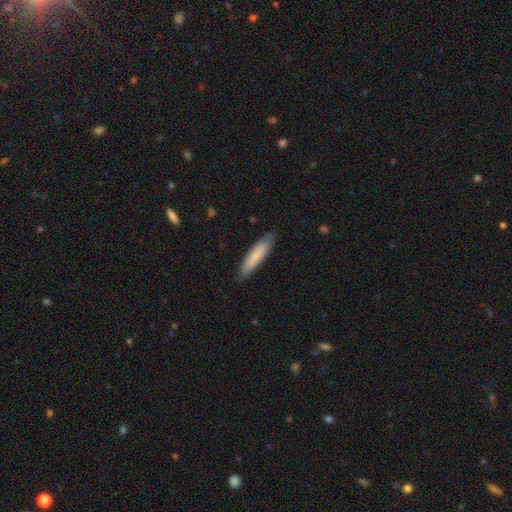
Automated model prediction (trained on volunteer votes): Smooth or featured? Predicted: smooth (p=0.78). How rounded? Predicted: cigar-shaped (p=0.79). Merging? Predicted: none (p=0.87).